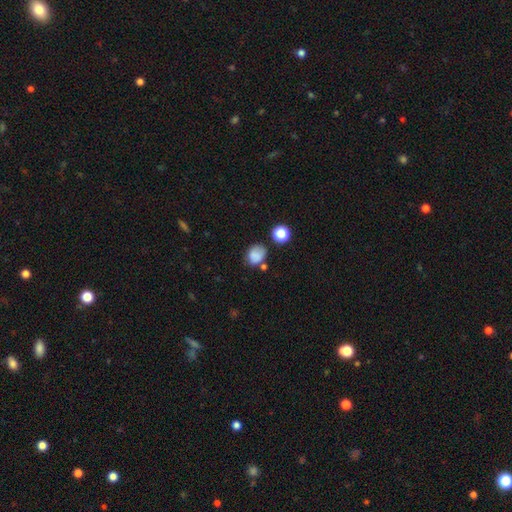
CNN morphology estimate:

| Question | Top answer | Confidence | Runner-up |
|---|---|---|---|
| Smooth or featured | smooth | 80% | star or artifact (11%) |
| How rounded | round | 55% | in between (44%) |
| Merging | none | 59% | minor disturbance (23%) |